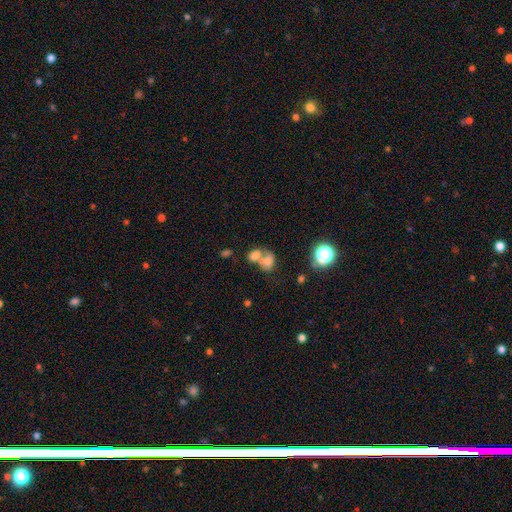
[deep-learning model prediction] Q: Smooth or featured?
A: smooth (70%); runner-up: featured or disk (16%)
Q: How rounded?
A: in between (71%); runner-up: round (27%)
Q: Merging?
A: merger (65%); runner-up: none (22%)